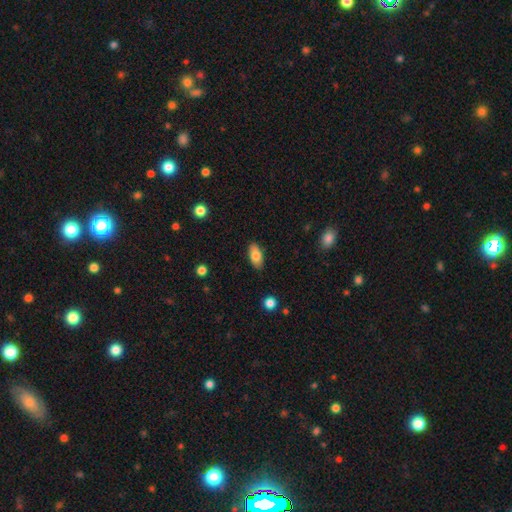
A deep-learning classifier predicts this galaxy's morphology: A smooth galaxy with no disk features (78%) that is in between round and cigar-shaped (89%).

Vote fractions:
- Smooth or featured? smooth: 78% / featured or disk: 15% / star or artifact: 7%
- How rounded? in between: 89% / cigar-shaped: 7% / round: 3%
- Merging? none: 87% / minor disturbance: 10% / major disturbance: 2% / merger: 1%